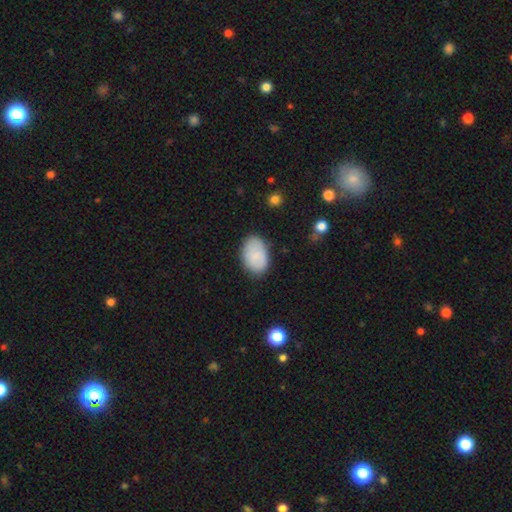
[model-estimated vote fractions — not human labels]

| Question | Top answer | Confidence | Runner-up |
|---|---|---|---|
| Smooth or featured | smooth | 83% | featured or disk (10%) |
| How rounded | in between | 89% | round (10%) |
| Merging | none | 78% | minor disturbance (17%) |